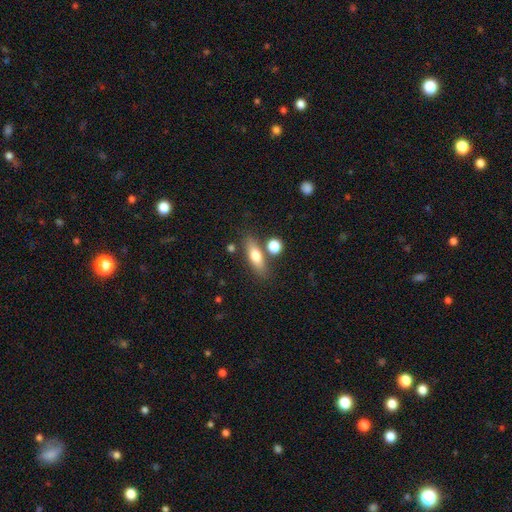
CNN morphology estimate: Smooth or featured? Predicted: smooth (p=0.68). How rounded? Predicted: in between (p=0.54). Merging? Predicted: none (p=0.72).